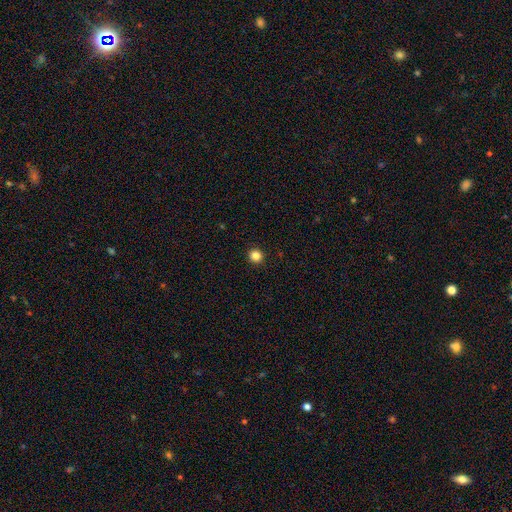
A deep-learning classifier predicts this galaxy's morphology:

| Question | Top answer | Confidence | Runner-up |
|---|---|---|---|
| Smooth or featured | smooth | 85% | star or artifact (12%) |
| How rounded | round | 94% | in between (6%) |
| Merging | none | 93% | minor disturbance (4%) |